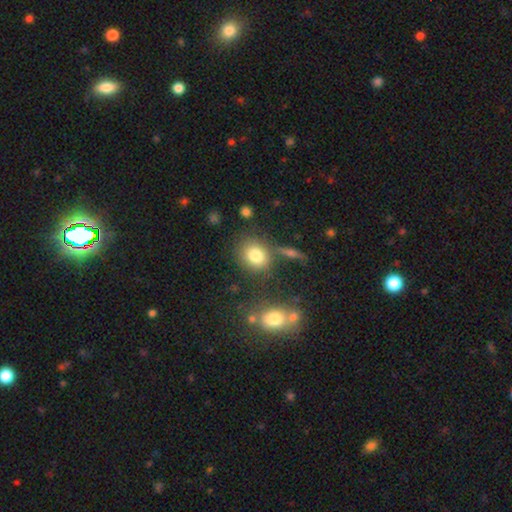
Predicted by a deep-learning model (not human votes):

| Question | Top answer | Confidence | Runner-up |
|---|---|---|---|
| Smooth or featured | smooth | 80% | star or artifact (11%) |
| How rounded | round | 65% | in between (34%) |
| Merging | none | 72% | minor disturbance (12%) |